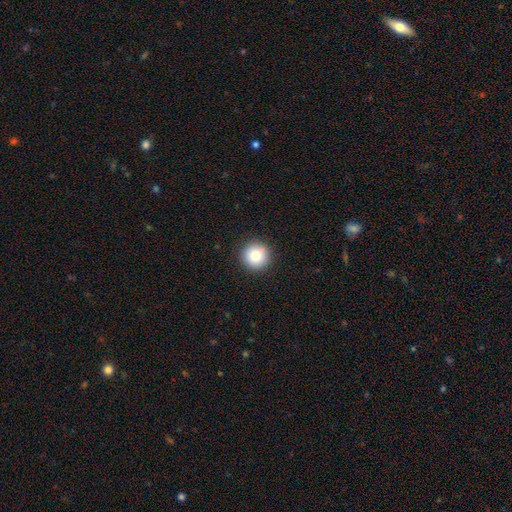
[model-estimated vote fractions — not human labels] Overall: smooth (81%). How rounded: round (96%). Merging: none (90%).